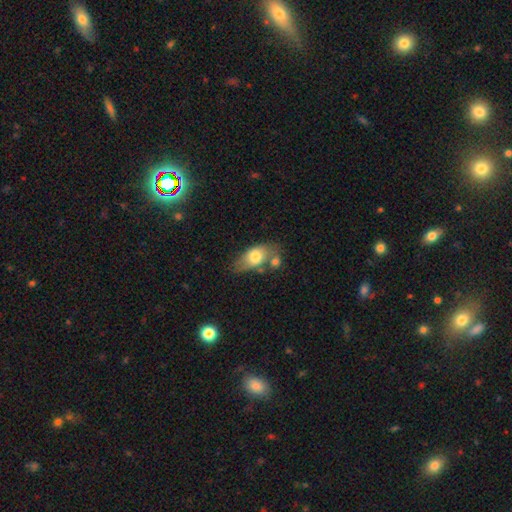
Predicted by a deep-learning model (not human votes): Q: Smooth or featured?
A: smooth (70%); runner-up: featured or disk (23%)
Q: How rounded?
A: in between (85%); runner-up: round (10%)
Q: Merging?
A: none (44%); runner-up: merger (26%)